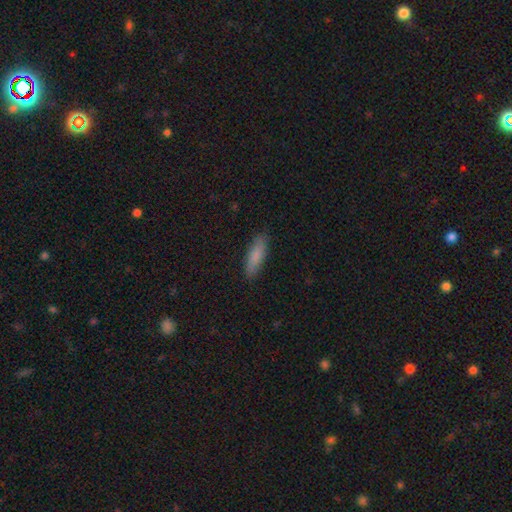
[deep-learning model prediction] Smooth or featured? Predicted: smooth (p=0.84). How rounded? Predicted: cigar-shaped (p=0.60). Merging? Predicted: none (p=0.87).